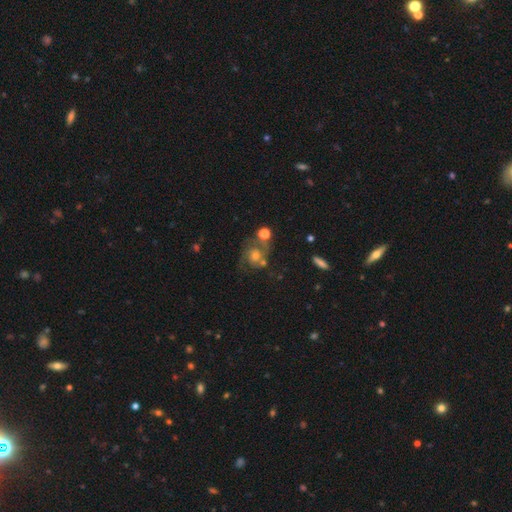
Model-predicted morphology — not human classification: smooth-or-featured: featured or disk: 57% | smooth: 26% | star or artifact: 17%
  disk-edge-on: no: 96% | yes: 4%
    bar: no: 75% | weak: 21% | strong: 4%
    has-spiral-arms: yes: 81% | no: 19%
    bulge-size: moderate: 52% | small: 26% | large: 13% | none: 6% | dominant: 3%
  merging: none: 53% | minor disturbance: 17% | merger: 17% | major disturbance: 13%